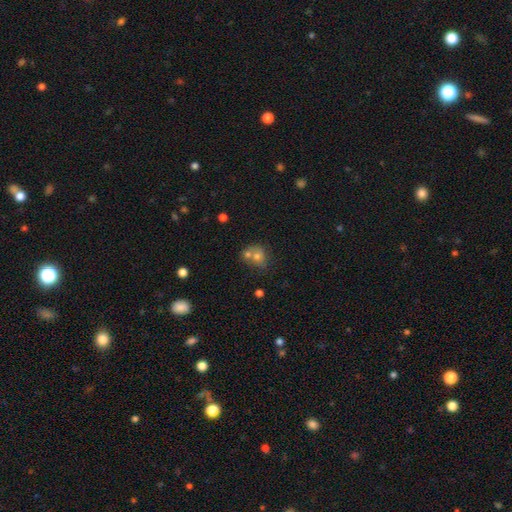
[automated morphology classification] type=smooth (68%); roundness=round (63%); merging=merger (56%).